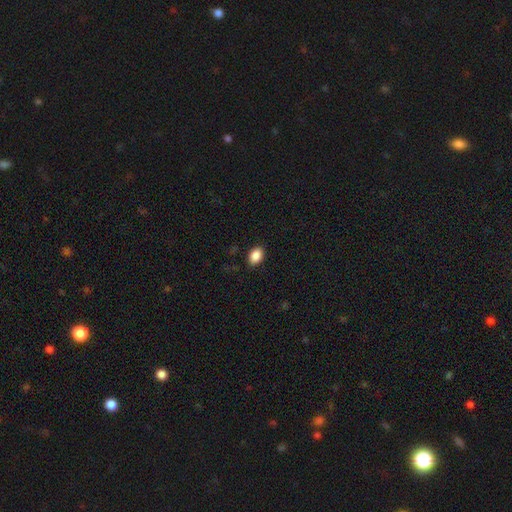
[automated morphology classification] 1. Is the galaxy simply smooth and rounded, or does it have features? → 88% smooth, 8% star or artifact, 4% featured or disk.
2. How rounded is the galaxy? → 83% in between, 16% round, 1% cigar-shaped.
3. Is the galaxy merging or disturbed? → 87% none, 9% minor disturbance, 2% major disturbance, 1% merger.